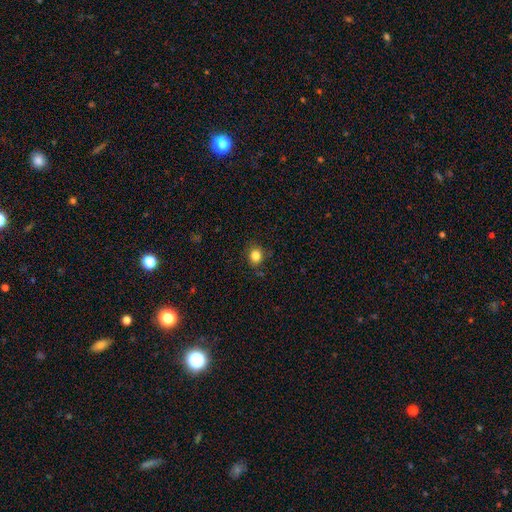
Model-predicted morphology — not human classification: A smooth galaxy with no disk features (83%) that is round (77%). Merging: none (85%).